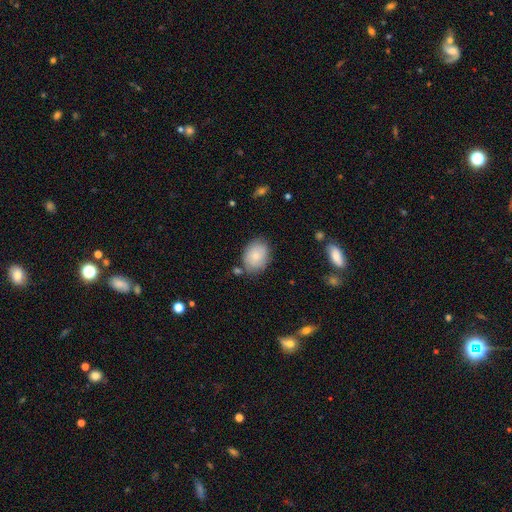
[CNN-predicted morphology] The model was most divided on "how rounded": in between: 66%, round: 33%, cigar-shaped: 1%. More confident: smooth or featured — smooth (79%); merging — none (75%).